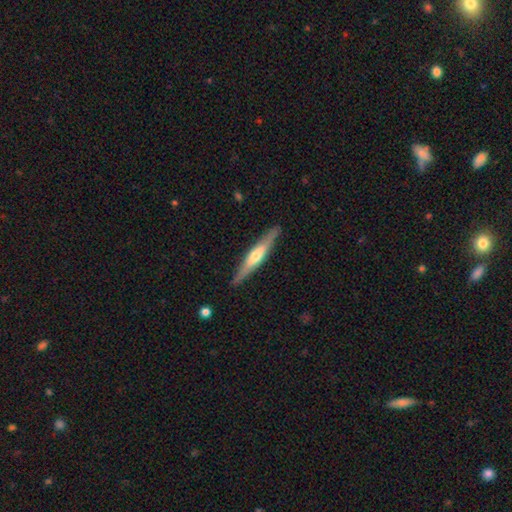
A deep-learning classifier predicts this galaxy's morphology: Smooth or featured: featured or disk — 60% (smooth — 34%)
Edge-on disk: yes — 95% (no — 5%)
Edge-on bulge: rounded — 74% (none — 14%)
Merging: none — 89% (minor disturbance — 8%)